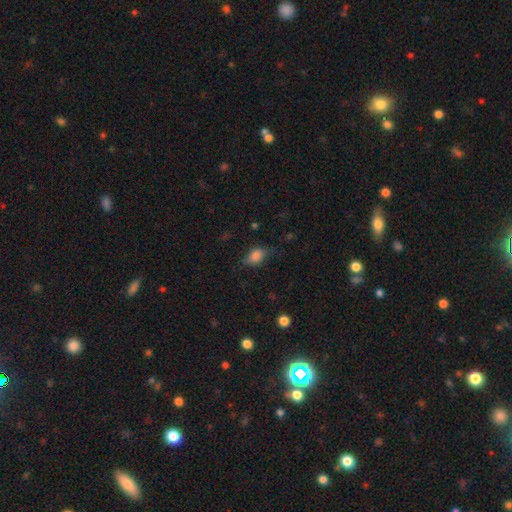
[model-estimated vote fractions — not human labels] smooth-or-featured: smooth: 79% | featured or disk: 11% | star or artifact: 10%
  how-rounded: in between: 83% | round: 13% | cigar-shaped: 3%
  merging: none: 60% | minor disturbance: 28% | major disturbance: 11% | merger: 2%